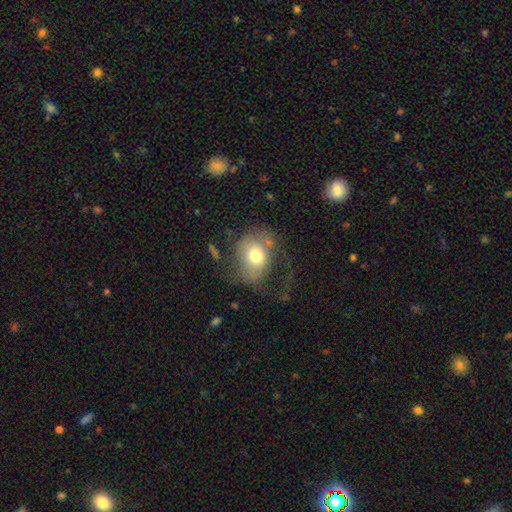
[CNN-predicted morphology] Smooth or featured: smooth — 61% (featured or disk — 30%)
How rounded: round — 56% (in between — 43%)
Merging: major disturbance — 40% (none — 33%)